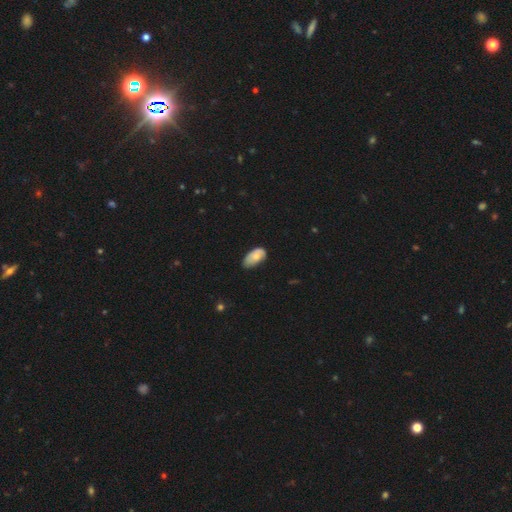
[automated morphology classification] The model was most divided on "merging": none: 53%, minor disturbance: 37%, major disturbance: 7%, merger: 2%. More confident: how rounded — in between (94%); smooth or featured — smooth (70%).